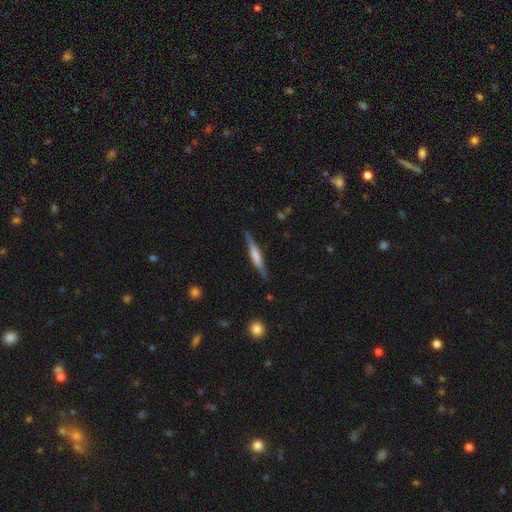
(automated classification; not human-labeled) Smooth or featured? Predicted: featured or disk (p=0.57). Edge-on disk? Predicted: yes (p=0.96). Edge-on bulge? Predicted: boxy (p=0.46). Merging? Predicted: none (p=0.86).